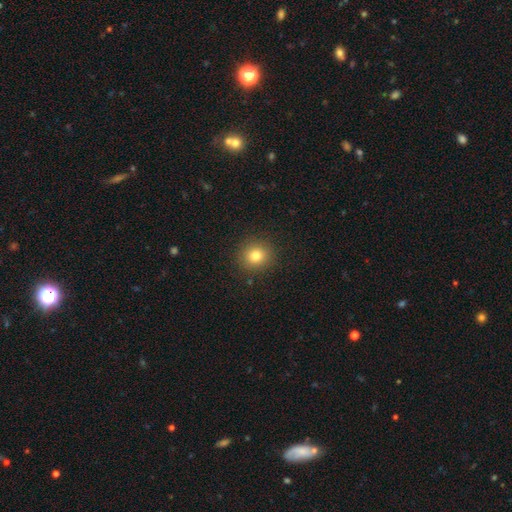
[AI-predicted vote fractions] This is likely a smooth galaxy (79%). How rounded: clearly round (90%). Merging: clearly none (90%).